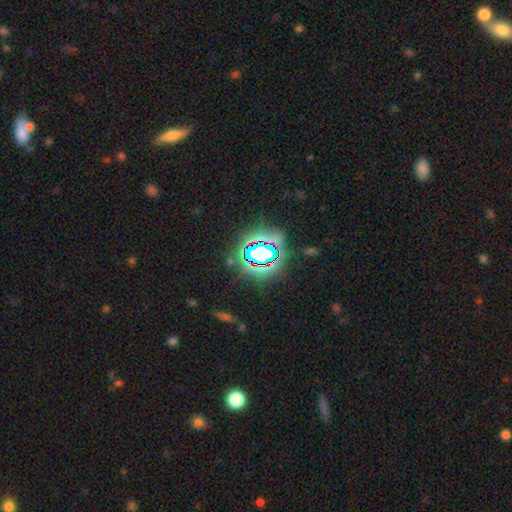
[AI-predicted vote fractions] Smooth or featured: star or artifact — 79% (smooth — 13%)